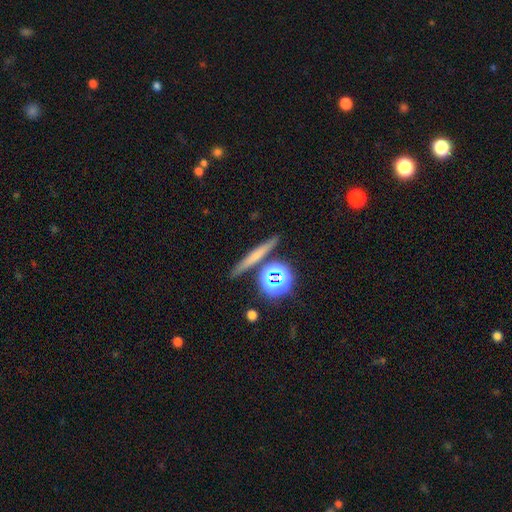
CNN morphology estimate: A smooth galaxy with no disk features (53%) that is cigar-shaped (79%). Merging: none (84%).